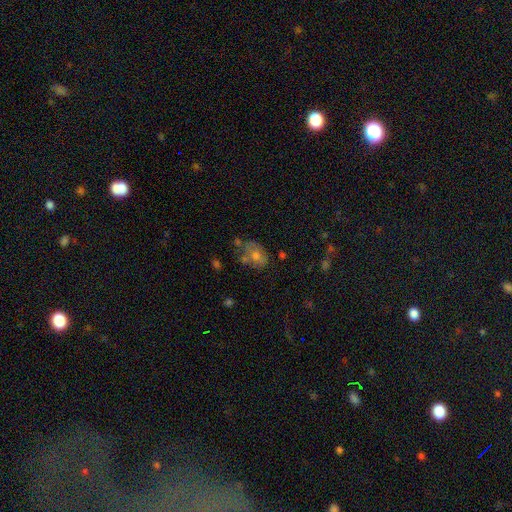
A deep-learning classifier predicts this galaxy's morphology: Smooth or featured? smooth (53%)
How rounded? in between (56%)
Merging? none (47%)